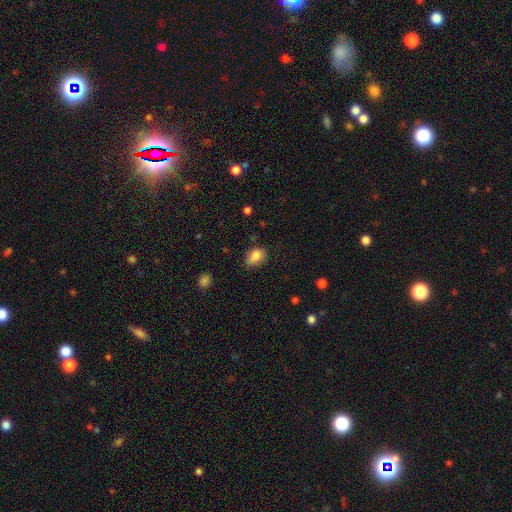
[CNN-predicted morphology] type=smooth (83%); roundness=in between (76%); merging=none (63%).